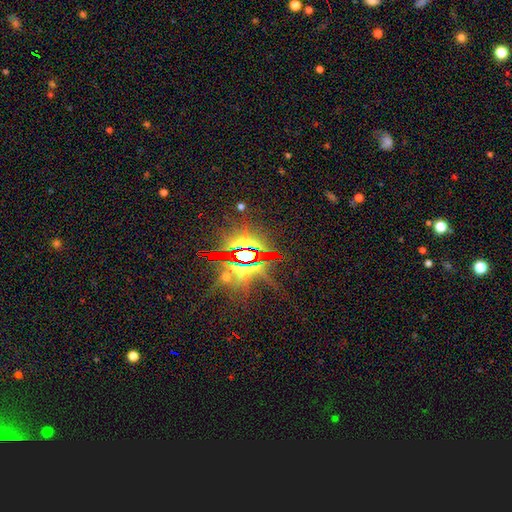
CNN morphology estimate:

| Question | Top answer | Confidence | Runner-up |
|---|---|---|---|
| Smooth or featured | star or artifact | 84% | featured or disk (10%) |